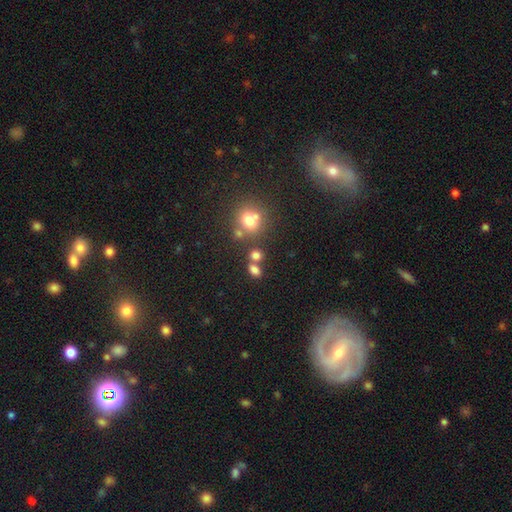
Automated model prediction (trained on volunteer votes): smooth 75%, star or artifact 16%, featured or disk 9%. Down the decision tree: how rounded — in between (58%); merging — none (53%).